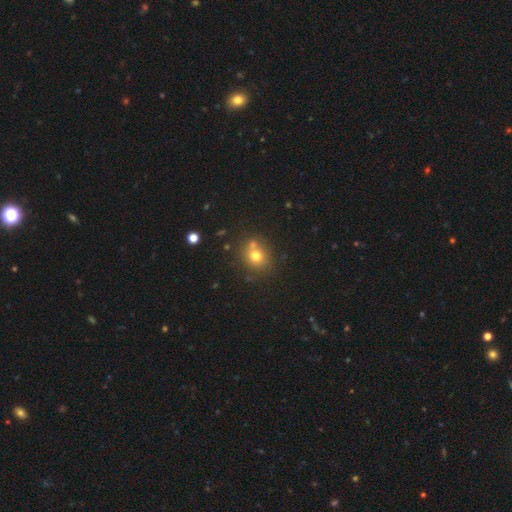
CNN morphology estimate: type=smooth (73%); roundness=round (78%); merging=none (65%).